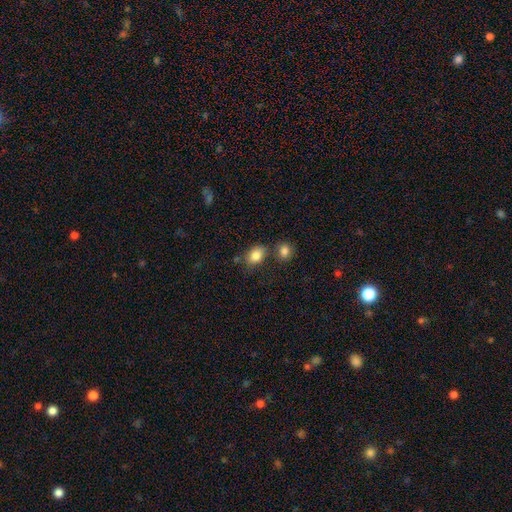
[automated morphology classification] smooth-or-featured: smooth: 84% | star or artifact: 9% | featured or disk: 7%
  how-rounded: in between: 78% | round: 21% | cigar-shaped: 1%
  merging: none: 62% | merger: 19% | minor disturbance: 15% | major disturbance: 4%